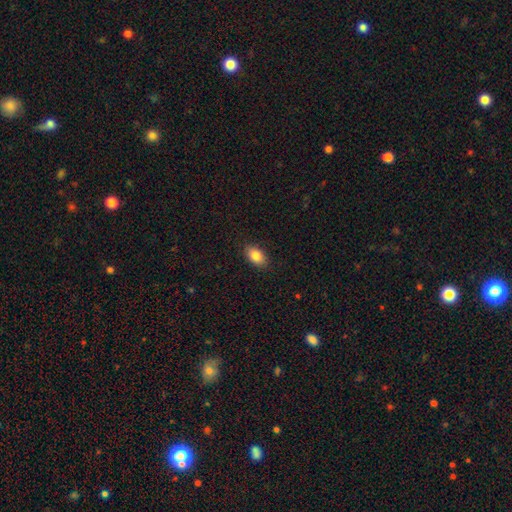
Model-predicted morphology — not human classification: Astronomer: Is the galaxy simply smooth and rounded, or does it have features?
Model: smooth — 85%.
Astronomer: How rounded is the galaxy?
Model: in between — 90%.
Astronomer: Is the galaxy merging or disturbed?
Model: none — 88%.